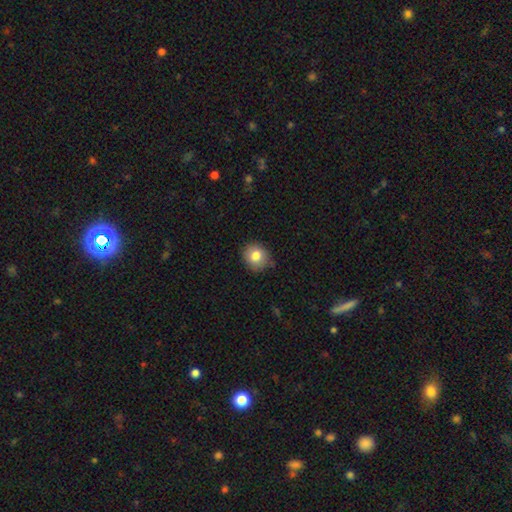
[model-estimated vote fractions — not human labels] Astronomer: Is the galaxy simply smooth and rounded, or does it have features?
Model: smooth — 81%.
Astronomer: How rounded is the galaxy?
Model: round — 80%.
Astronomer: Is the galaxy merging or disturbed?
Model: none — 83%.